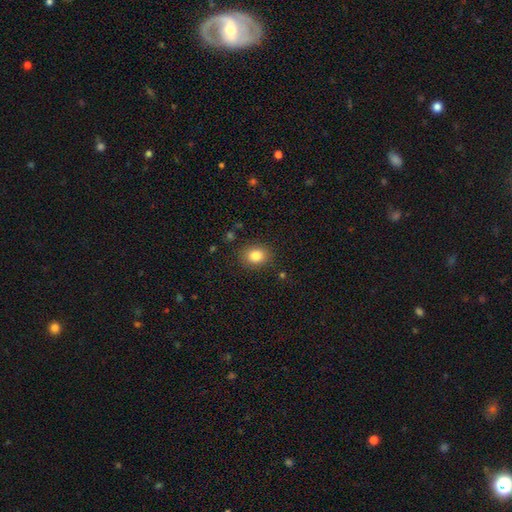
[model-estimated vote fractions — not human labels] Smooth or featured? smooth (83%)
How rounded? round (63%)
Merging? none (86%)